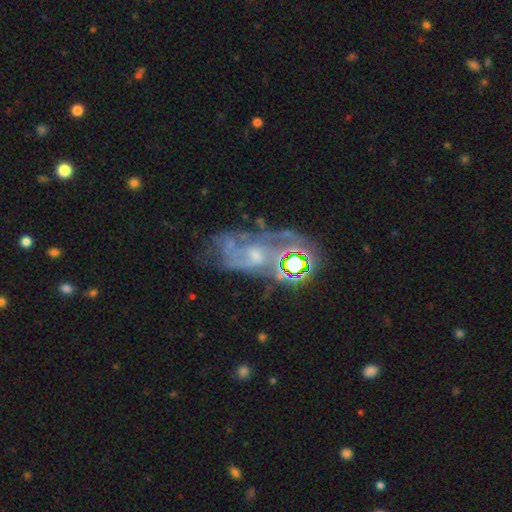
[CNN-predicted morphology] A featured or disk galaxy (68%) with no bar (63%), spiral arms (71%) and a small central bulge (51%).

Vote fractions:
- Smooth or featured? featured or disk: 68% / star or artifact: 19% / smooth: 13%
- Edge-on disk? no: 95% / yes: 5%
- Bar? no: 63% / weak: 30% / strong: 8%
- Spiral arms? yes: 71% / no: 29%
- Bulge size? small: 51% / moderate: 31% / none: 13% / large: 3% / dominant: 1%
- Merging? none: 38% / major disturbance: 27% / minor disturbance: 21% / merger: 14%